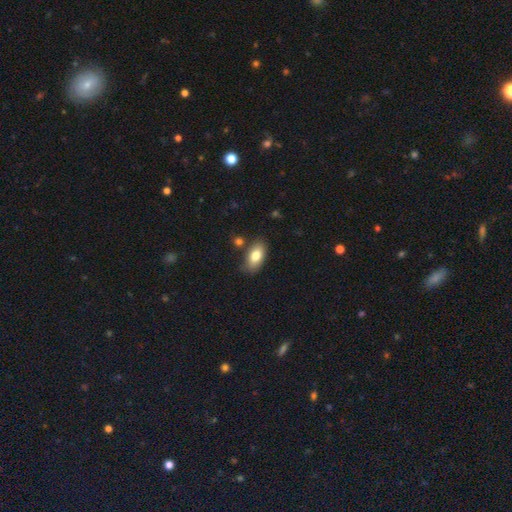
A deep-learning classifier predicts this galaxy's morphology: A smooth galaxy with no disk features (79%) that is in between round and cigar-shaped (91%). Merging: none (75%).